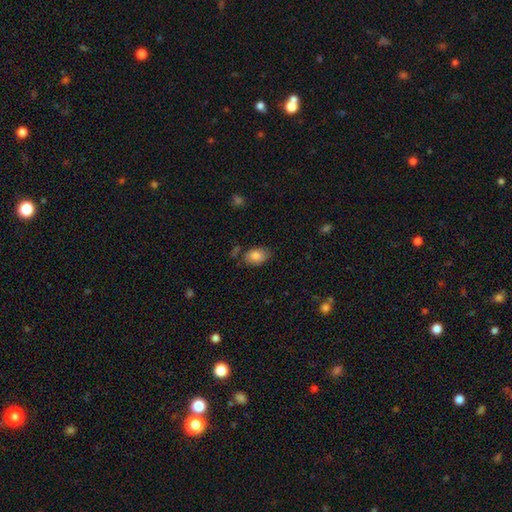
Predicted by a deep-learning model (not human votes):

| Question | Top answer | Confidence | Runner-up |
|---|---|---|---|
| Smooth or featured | smooth | 83% | featured or disk (9%) |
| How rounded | in between | 87% | round (12%) |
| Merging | none | 73% | minor disturbance (18%) |